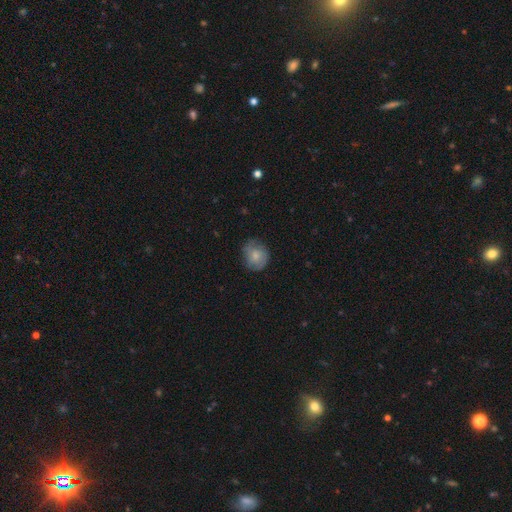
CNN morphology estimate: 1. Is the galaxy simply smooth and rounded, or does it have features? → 58% smooth, 34% featured or disk, 7% star or artifact.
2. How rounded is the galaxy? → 73% round, 26% in between, 1% cigar-shaped.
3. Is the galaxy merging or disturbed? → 65% none, 26% minor disturbance, 8% major disturbance, 1% merger.